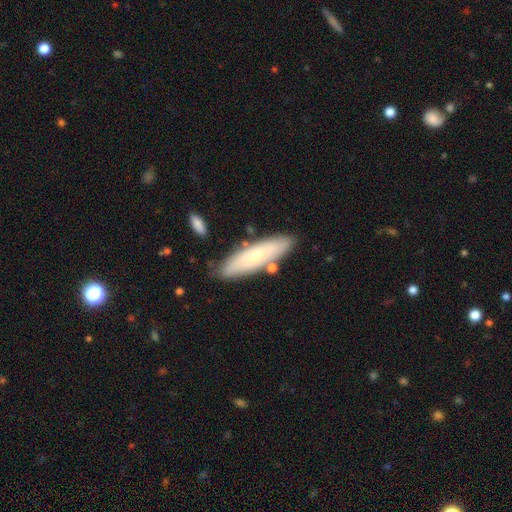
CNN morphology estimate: Smooth or featured? smooth (62%)
How rounded? cigar-shaped (62%)
Merging? none (79%)